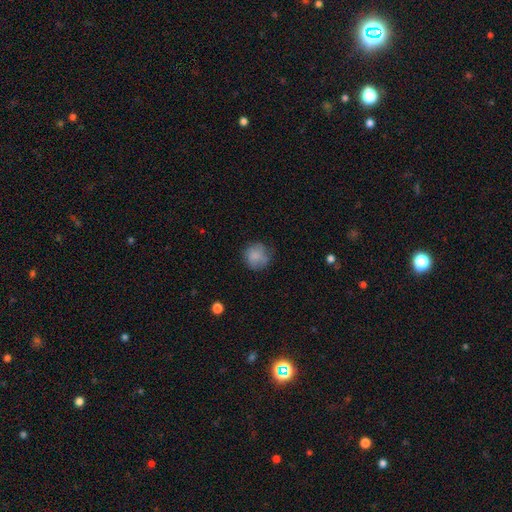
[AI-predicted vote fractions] Q: Smooth or featured?
A: smooth (80%); runner-up: featured or disk (11%)
Q: How rounded?
A: round (87%); runner-up: in between (12%)
Q: Merging?
A: none (63%); runner-up: minor disturbance (26%)